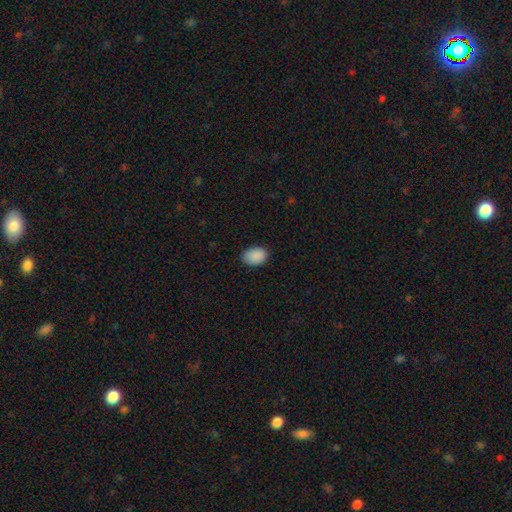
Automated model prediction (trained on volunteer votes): Smooth or featured: smooth — 90% (star or artifact — 7%)
How rounded: in between — 82% (round — 17%)
Merging: none — 83% (minor disturbance — 14%)